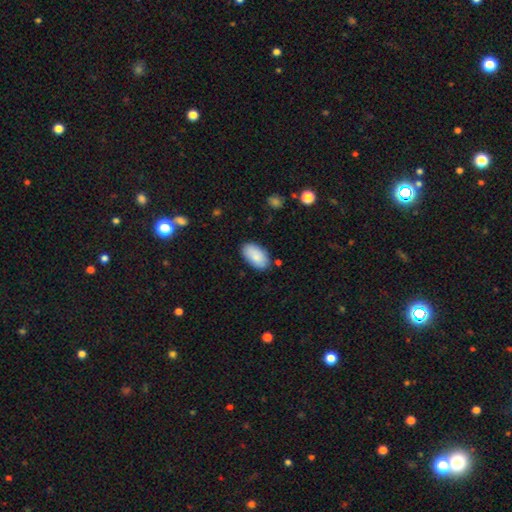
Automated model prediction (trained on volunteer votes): smooth 86%, featured or disk 8%, star or artifact 6%. Down the decision tree: how rounded — in between (95%); merging — none (82%).